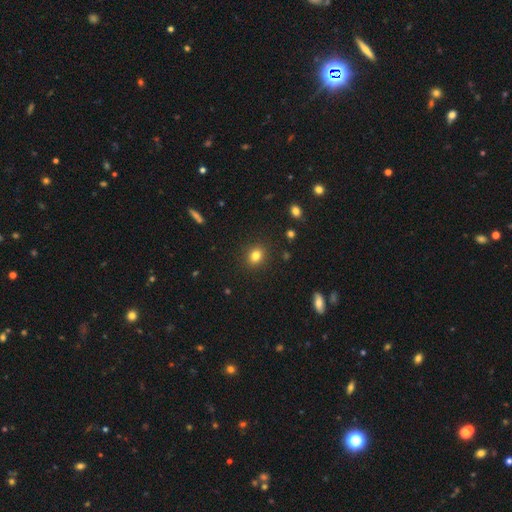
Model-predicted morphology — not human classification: type=smooth (82%); roundness=round (61%); merging=none (89%).